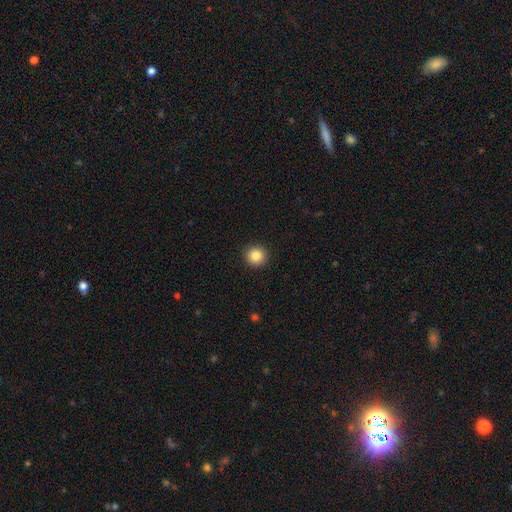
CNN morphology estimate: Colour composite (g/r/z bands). It shows a smooth galaxy with no disk features (85%) that is round (94%). Merging: none (93%).